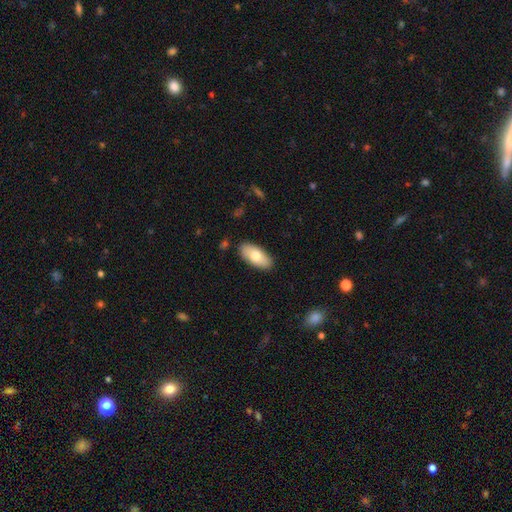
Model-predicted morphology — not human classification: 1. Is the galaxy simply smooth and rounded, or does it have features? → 75% smooth, 19% featured or disk, 6% star or artifact.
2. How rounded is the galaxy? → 90% in between, 8% cigar-shaped, 2% round.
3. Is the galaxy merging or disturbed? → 87% none, 9% minor disturbance, 2% major disturbance, 1% merger.